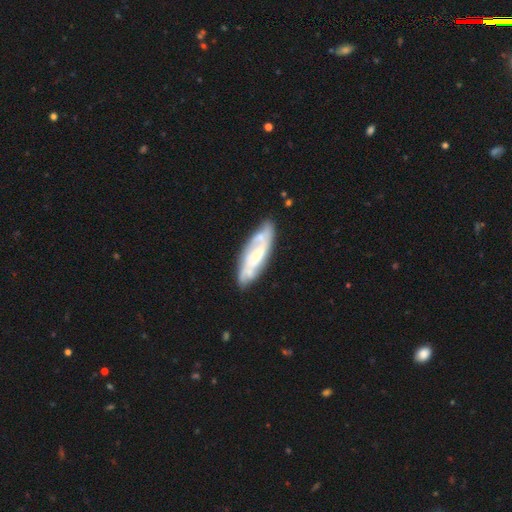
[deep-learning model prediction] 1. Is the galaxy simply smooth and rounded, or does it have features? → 68% featured or disk, 26% smooth, 6% star or artifact.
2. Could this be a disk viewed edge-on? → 78% no, 22% yes.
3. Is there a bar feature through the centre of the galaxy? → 54% no, 35% weak, 12% strong.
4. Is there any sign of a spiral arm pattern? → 84% yes, 16% no.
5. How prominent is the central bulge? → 45% small, 39% moderate, 8% none, 7% large, 1% dominant.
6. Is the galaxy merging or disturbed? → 75% none, 17% minor disturbance, 5% major disturbance, 3% merger.